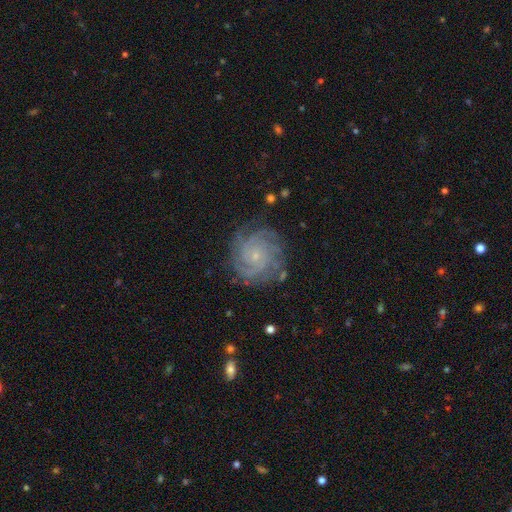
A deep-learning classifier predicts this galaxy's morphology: Smooth or featured? featured or disk (85%)
Edge-on disk? no (98%)
Bar? no (79%)
Spiral arms? yes (98%)
Spiral winding? tight (76%)
Spiral arm count? 4 (31%)
Bulge size? small (82%)
Merging? none (80%)